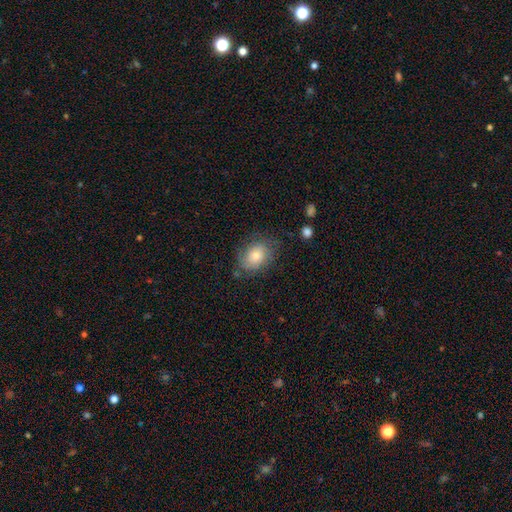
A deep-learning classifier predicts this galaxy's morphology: Overall: smooth (60%; featured or disk 31%). How rounded: in between (63%; round 36%). Merging: none (68%).